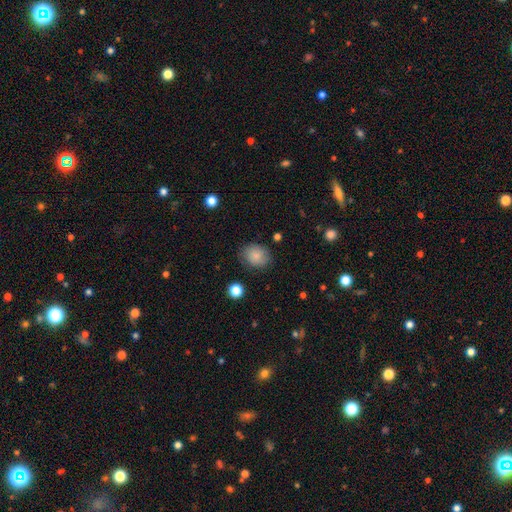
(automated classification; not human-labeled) Q: Smooth or featured?
A: smooth (83%); runner-up: featured or disk (8%)
Q: How rounded?
A: round (60%); runner-up: in between (39%)
Q: Merging?
A: none (79%); runner-up: minor disturbance (15%)